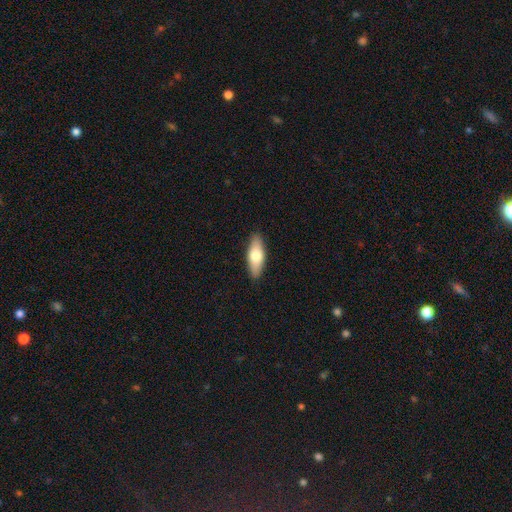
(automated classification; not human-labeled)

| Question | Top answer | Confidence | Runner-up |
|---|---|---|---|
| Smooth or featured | smooth | 69% | featured or disk (25%) |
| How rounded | in between | 69% | cigar-shaped (29%) |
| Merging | none | 89% | minor disturbance (8%) |